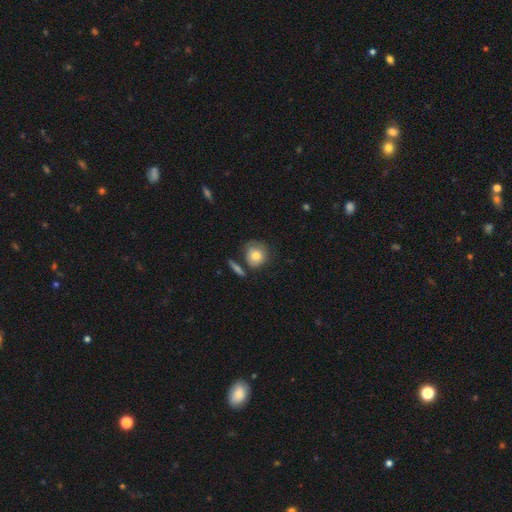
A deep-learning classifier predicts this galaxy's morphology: The model was most divided on "merging": none: 64%, minor disturbance: 19%, merger: 11%, major disturbance: 6%. More confident: how rounded — round (83%); smooth or featured — smooth (76%).